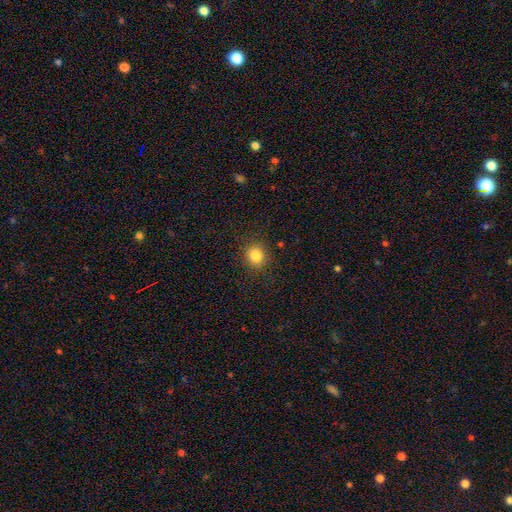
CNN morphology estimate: type=smooth (84%); roundness=round (83%); merging=none (89%).